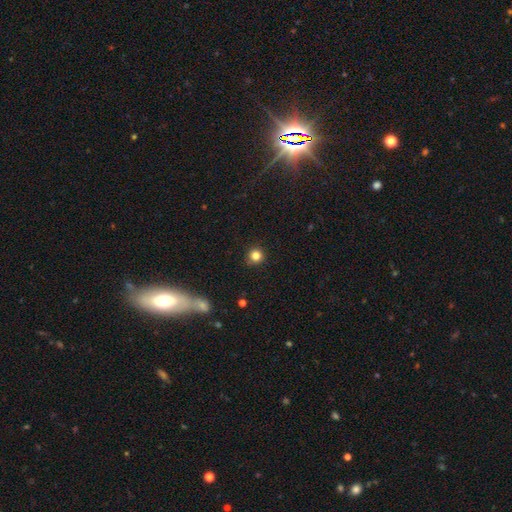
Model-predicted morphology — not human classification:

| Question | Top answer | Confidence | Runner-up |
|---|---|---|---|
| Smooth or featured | smooth | 82% | star or artifact (13%) |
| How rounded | round | 95% | in between (4%) |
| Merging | none | 90% | minor disturbance (6%) |